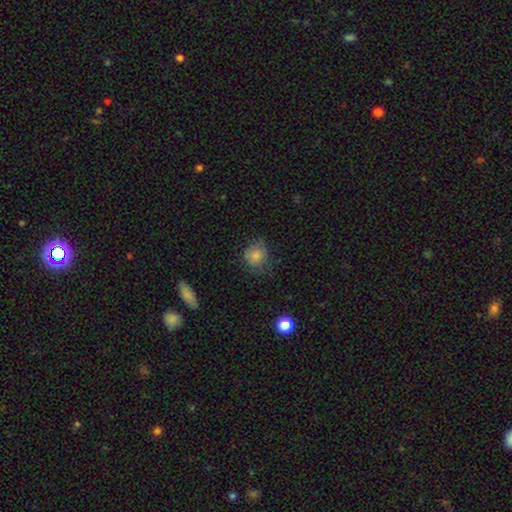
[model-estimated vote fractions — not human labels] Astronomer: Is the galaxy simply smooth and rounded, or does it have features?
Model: smooth — 80%.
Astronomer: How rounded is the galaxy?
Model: round — 72%.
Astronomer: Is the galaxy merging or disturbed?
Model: none — 61%.